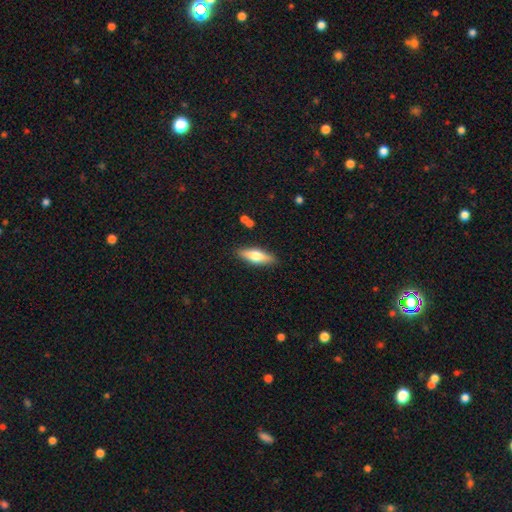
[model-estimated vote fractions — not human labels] This is possibly a smooth galaxy (55%). How rounded: possibly in between (51%). Merging: clearly none (87%).